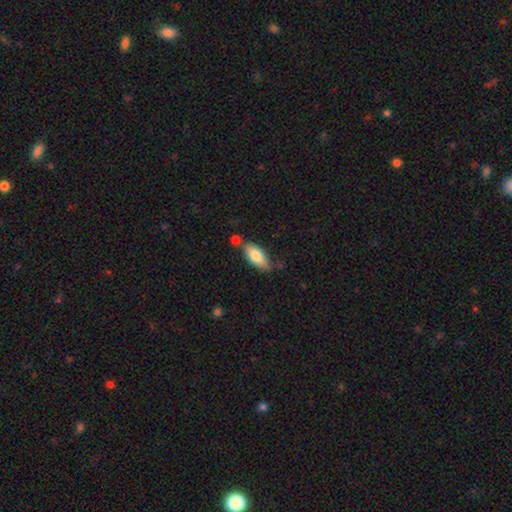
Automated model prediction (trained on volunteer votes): smooth 79%, featured or disk 15%, star or artifact 6%. Down the decision tree: how rounded — in between (84%); merging — none (59%).